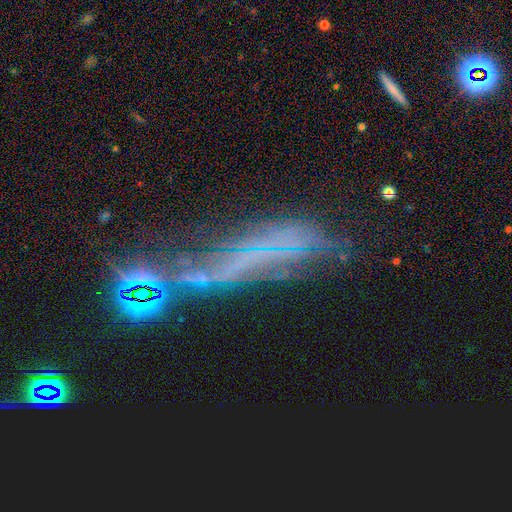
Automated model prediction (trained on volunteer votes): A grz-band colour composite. It shows a featured or disk galaxy (39%). Merging: major disturbance (28%, tied with none).